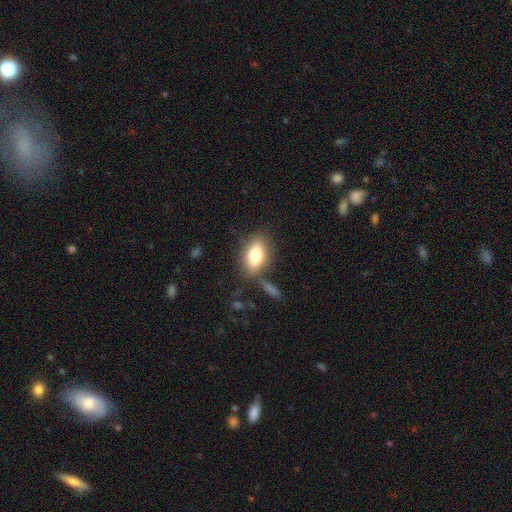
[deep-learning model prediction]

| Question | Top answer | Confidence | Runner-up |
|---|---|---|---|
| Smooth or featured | smooth | 76% | featured or disk (16%) |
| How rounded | in between | 87% | round (8%) |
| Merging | none | 70% | minor disturbance (15%) |